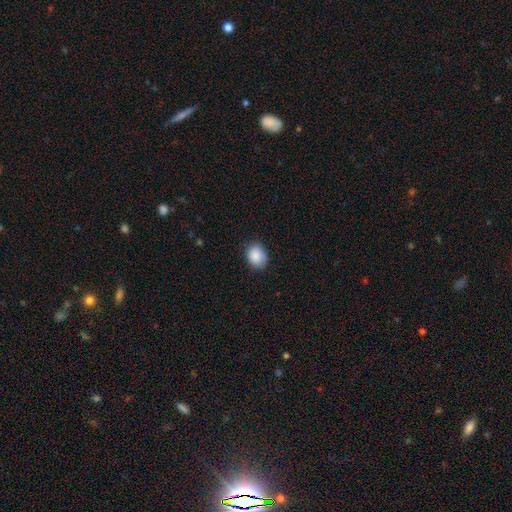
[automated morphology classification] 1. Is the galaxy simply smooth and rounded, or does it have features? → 88% smooth, 8% star or artifact, 4% featured or disk.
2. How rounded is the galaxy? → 54% in between, 46% round, 1% cigar-shaped.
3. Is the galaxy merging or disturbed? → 81% none, 15% minor disturbance, 3% major disturbance, 1% merger.